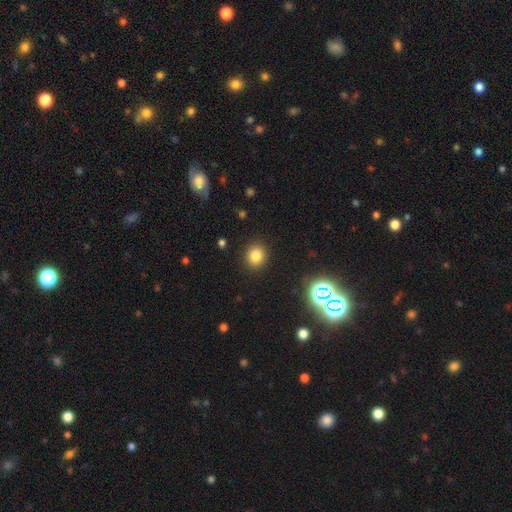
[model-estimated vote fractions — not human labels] Smooth or featured: smooth — 81% (star or artifact — 13%)
How rounded: round — 70% (in between — 29%)
Merging: none — 90% (minor disturbance — 7%)